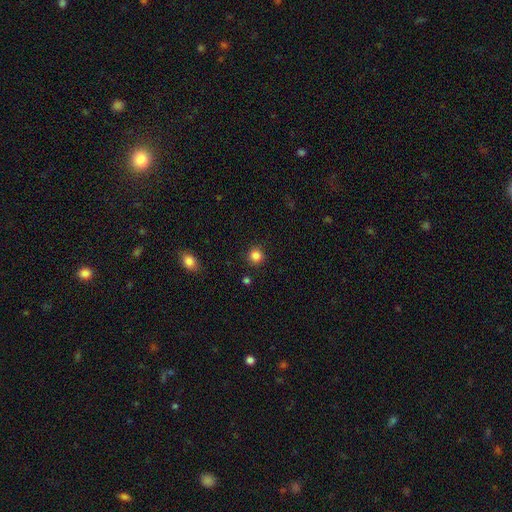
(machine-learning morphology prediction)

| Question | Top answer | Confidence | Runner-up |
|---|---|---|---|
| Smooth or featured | smooth | 85% | star or artifact (11%) |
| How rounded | round | 93% | in between (6%) |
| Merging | none | 89% | minor disturbance (7%) |